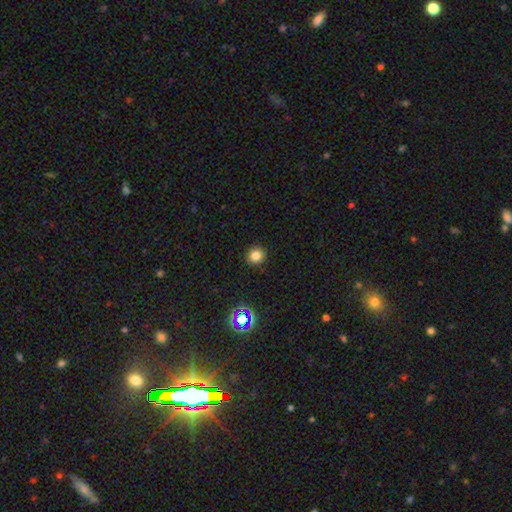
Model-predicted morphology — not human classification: smooth-or-featured: smooth: 79% | star or artifact: 15% | featured or disk: 6%
  how-rounded: round: 87% | in between: 13% | cigar-shaped: 1%
  merging: none: 91% | minor disturbance: 6% | major disturbance: 2% | merger: 1%